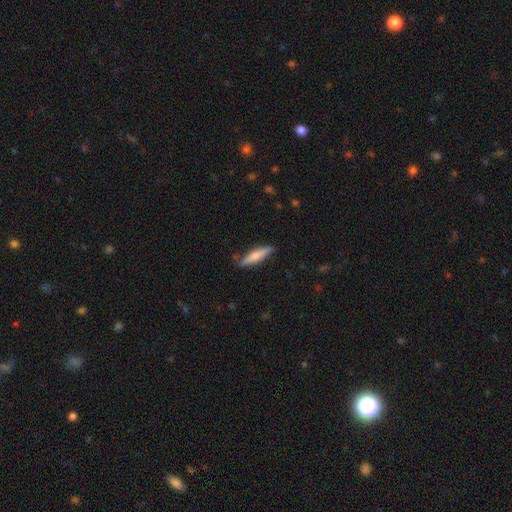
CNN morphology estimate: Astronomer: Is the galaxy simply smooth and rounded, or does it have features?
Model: smooth — 67%.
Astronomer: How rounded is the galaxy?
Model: cigar-shaped — 81%.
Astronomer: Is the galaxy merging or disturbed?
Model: none — 82%.